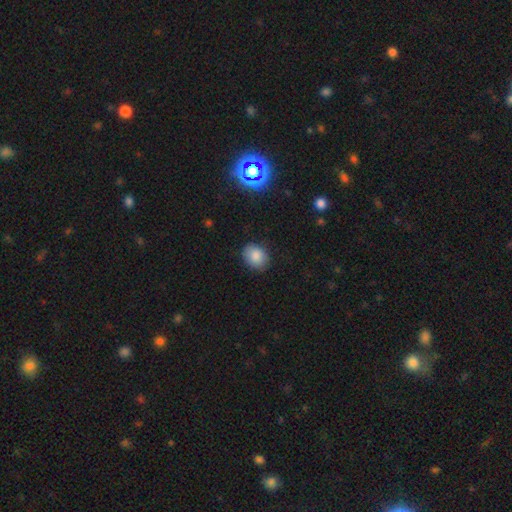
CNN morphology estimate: Overall: smooth (84%). How rounded: in between (56%; round 43%). Merging: none (83%).